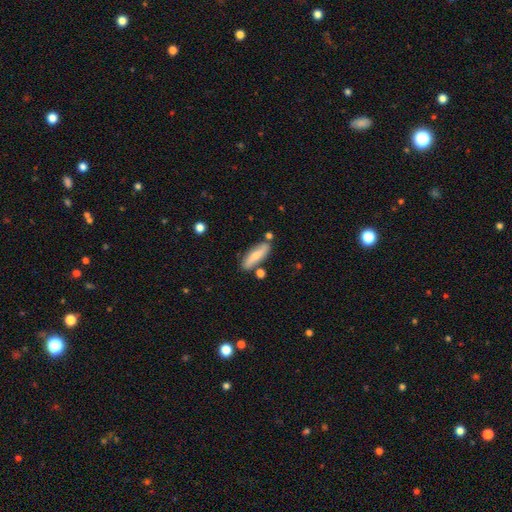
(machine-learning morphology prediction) This is likely a smooth galaxy (60%). How rounded: possibly cigar-shaped (56%). Merging: likely none (76%).